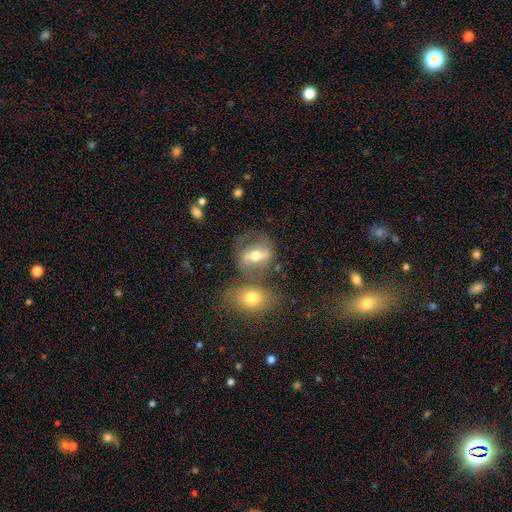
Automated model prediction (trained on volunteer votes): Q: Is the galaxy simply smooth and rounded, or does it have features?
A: featured or disk — 60%.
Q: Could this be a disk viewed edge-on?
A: no — 80%.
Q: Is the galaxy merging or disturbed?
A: none — 54%.